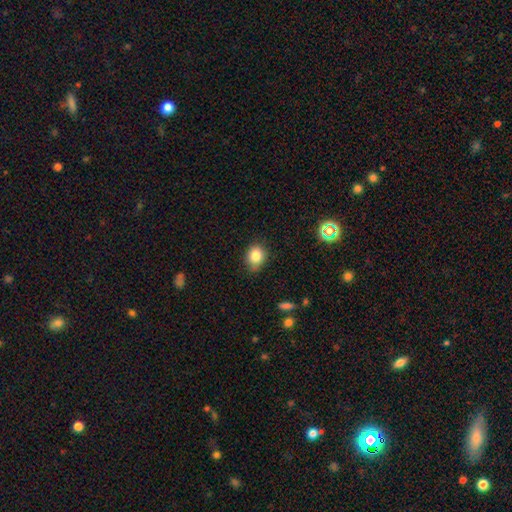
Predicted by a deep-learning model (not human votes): A smooth galaxy with no disk features (83%) that is round (57%). Merging: none (76%).